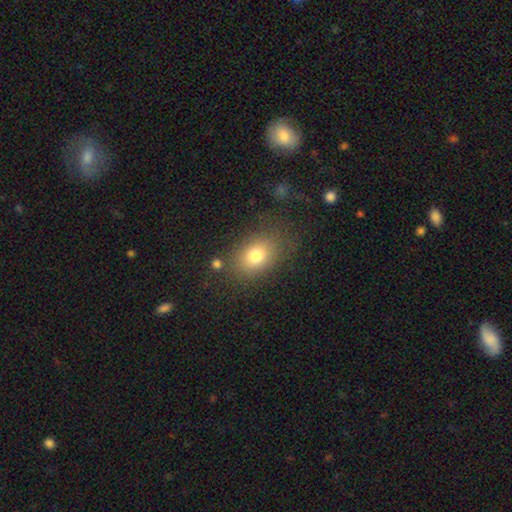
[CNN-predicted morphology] This is likely a smooth galaxy (77%). How rounded: likely in between (69%). Merging: likely none (76%).